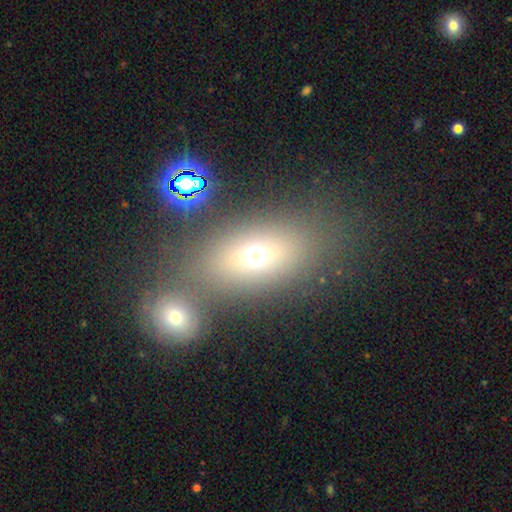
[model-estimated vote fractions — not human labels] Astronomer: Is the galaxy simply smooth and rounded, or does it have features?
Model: smooth — 63%.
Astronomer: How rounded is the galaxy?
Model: in between — 76%.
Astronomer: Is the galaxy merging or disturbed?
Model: none — 61%.